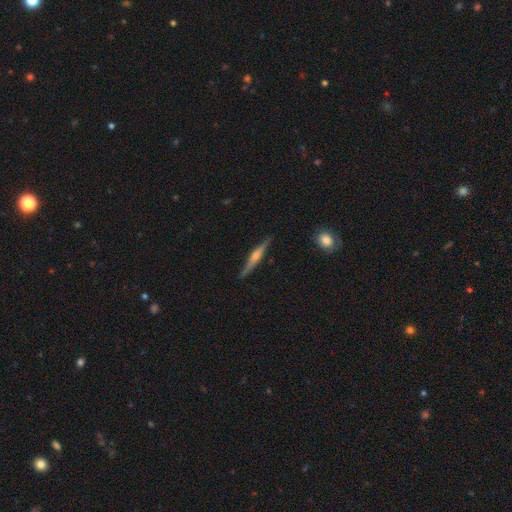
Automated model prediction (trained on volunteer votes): A featured or disk galaxy (70%) viewed edge-on (97%) with a rounded central bulge (76%).

Vote fractions:
- Smooth or featured? featured or disk: 70% / smooth: 24% / star or artifact: 6%
- Edge-on disk? yes: 97% / no: 3%
- Edge-on bulge? rounded: 76% / boxy: 13% / none: 11%
- Merging? none: 87% / minor disturbance: 10% / major disturbance: 2% / merger: 1%